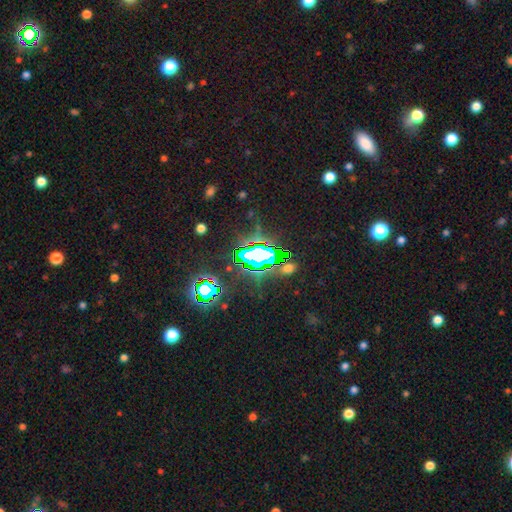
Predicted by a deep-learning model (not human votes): The model was most divided on "smooth or featured": star or artifact: 73%, smooth: 15%, featured or disk: 12%.